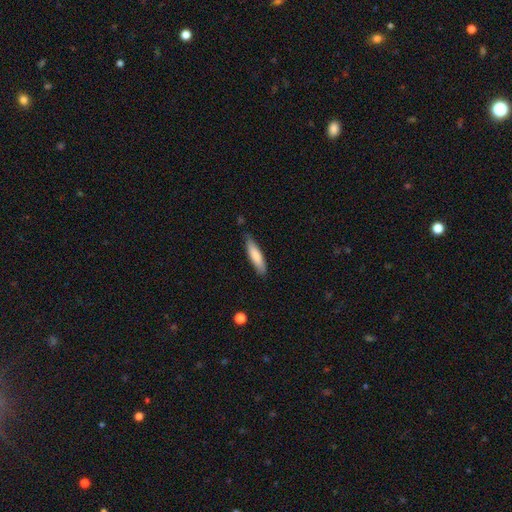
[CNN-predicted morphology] Smooth or featured? Predicted: smooth (p=0.81). How rounded? Predicted: cigar-shaped (p=0.75). Merging? Predicted: none (p=0.80).